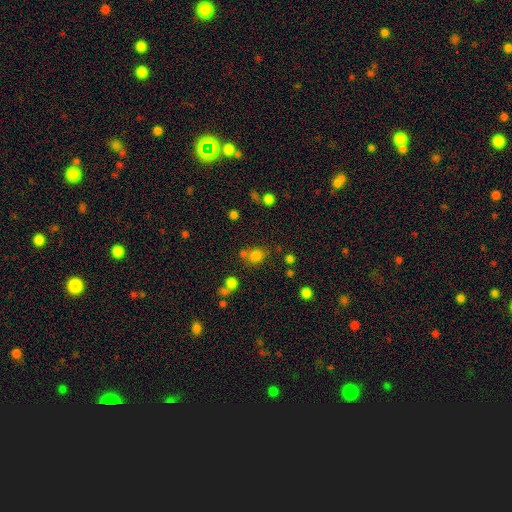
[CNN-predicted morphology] Smooth or featured: smooth — 77% (star or artifact — 16%)
How rounded: round — 79% (in between — 20%)
Merging: none — 65% (merger — 19%)